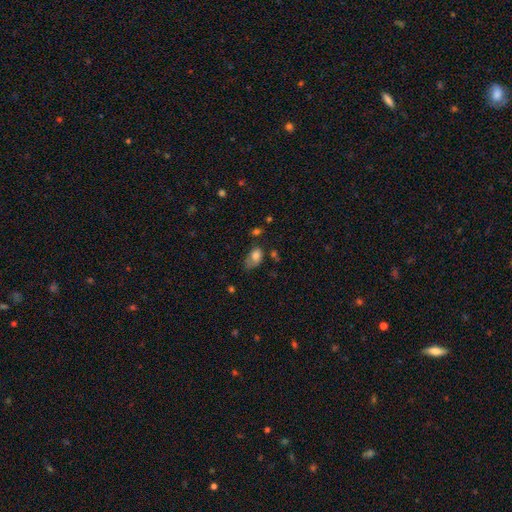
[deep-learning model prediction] smooth 78%, featured or disk 12%, star or artifact 10%. Down the decision tree: how rounded — in between (84%); merging — minor disturbance (37%).